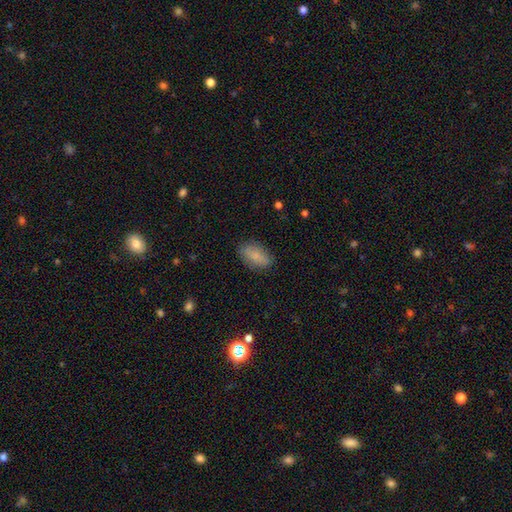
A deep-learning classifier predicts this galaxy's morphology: Smooth or featured: smooth — 82% (featured or disk — 11%)
How rounded: in between — 91% (cigar-shaped — 5%)
Merging: none — 85% (minor disturbance — 11%)